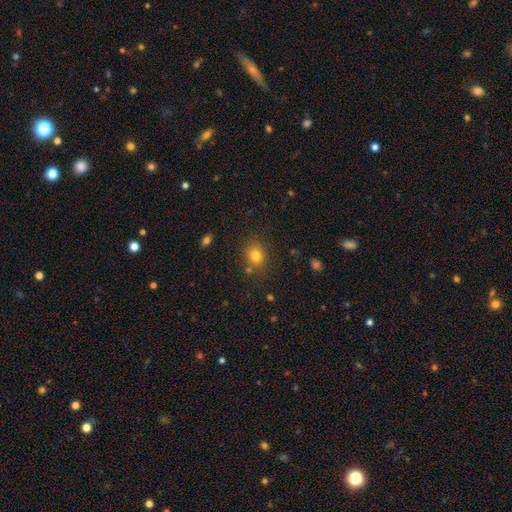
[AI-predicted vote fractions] smooth-or-featured: smooth: 78% | star or artifact: 14% | featured or disk: 8%
  how-rounded: round: 68% | in between: 31% | cigar-shaped: 1%
  merging: none: 79% | minor disturbance: 12% | merger: 6% | major disturbance: 4%